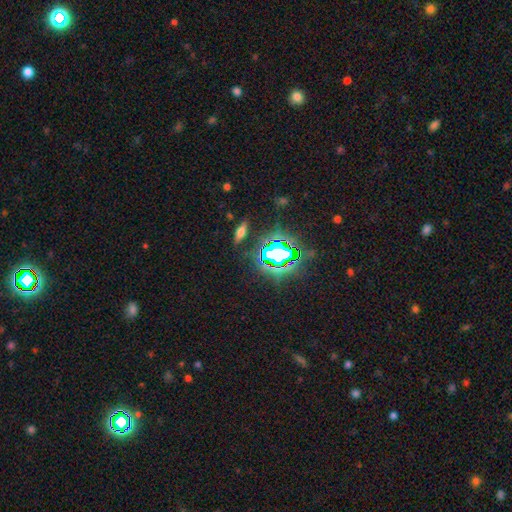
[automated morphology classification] The model was most divided on "smooth or featured": star or artifact: 83%, smooth: 10%, featured or disk: 7%.